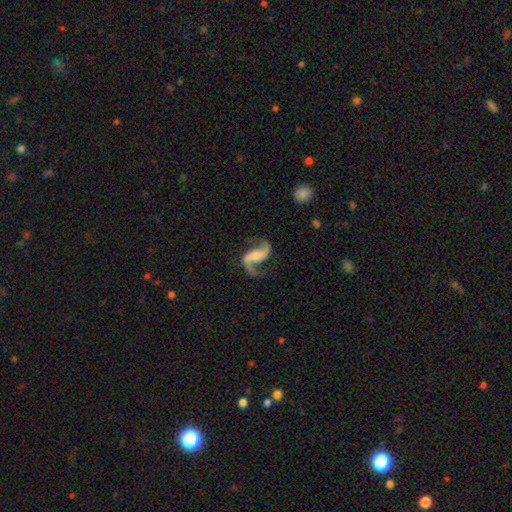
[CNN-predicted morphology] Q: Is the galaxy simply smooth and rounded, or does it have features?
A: featured or disk — 91%.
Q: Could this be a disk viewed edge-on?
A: no — 98%.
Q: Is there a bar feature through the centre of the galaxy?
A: no — 37%.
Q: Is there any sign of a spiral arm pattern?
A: yes — 98%.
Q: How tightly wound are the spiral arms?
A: loose — 62%.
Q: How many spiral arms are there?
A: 2 — 93%.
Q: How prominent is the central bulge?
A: small — 42%.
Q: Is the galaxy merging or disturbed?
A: none — 76%.